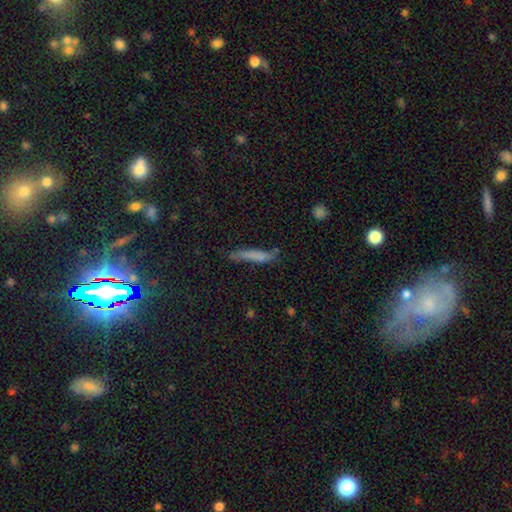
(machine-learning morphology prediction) This appears to be a smooth galaxy with no disk features (71%) that is cigar-shaped (91%). Merging: none (65%).